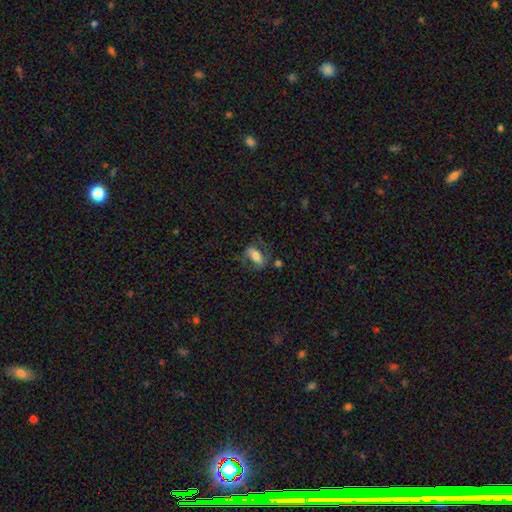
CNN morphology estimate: Smooth or featured? smooth (62%)
How rounded? in between (80%)
Merging? none (57%)